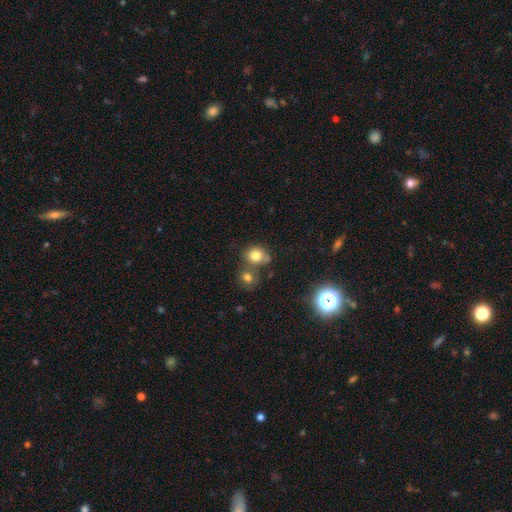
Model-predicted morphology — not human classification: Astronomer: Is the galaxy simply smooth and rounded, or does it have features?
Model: smooth — 78%.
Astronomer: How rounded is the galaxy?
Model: round — 80%.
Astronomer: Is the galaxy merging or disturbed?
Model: none — 50% (runner-up: merger, 33%).